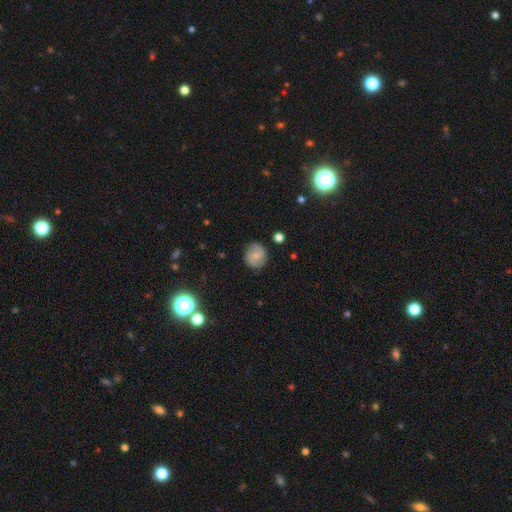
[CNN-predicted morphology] This appears to be a featured or disk galaxy (46%). Merging: none (83%).